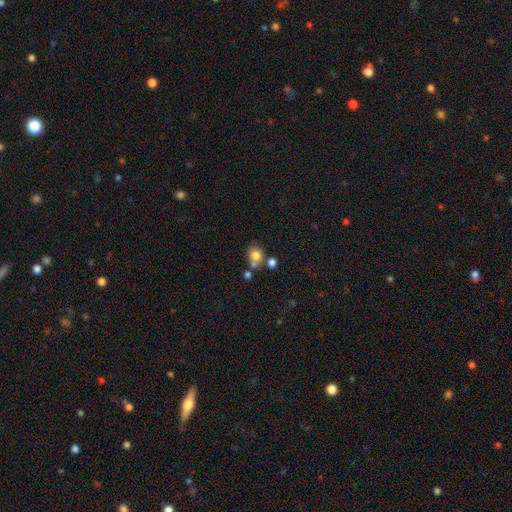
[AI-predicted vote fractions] A smooth galaxy with no disk features (78%) that is round (71%). Merging: none (53%).